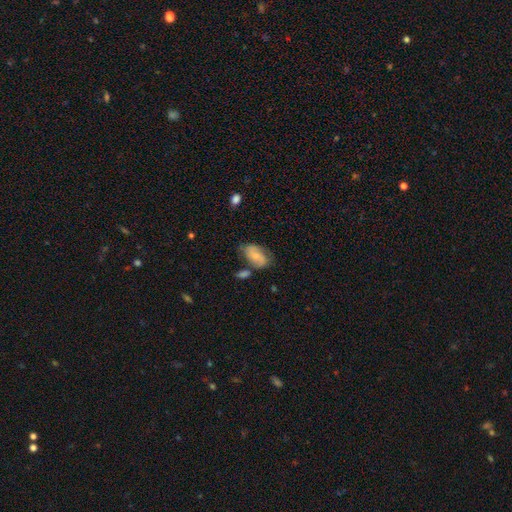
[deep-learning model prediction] This is possibly a smooth galaxy (59%). How rounded: clearly in between (91%). Merging: possibly none (52%).